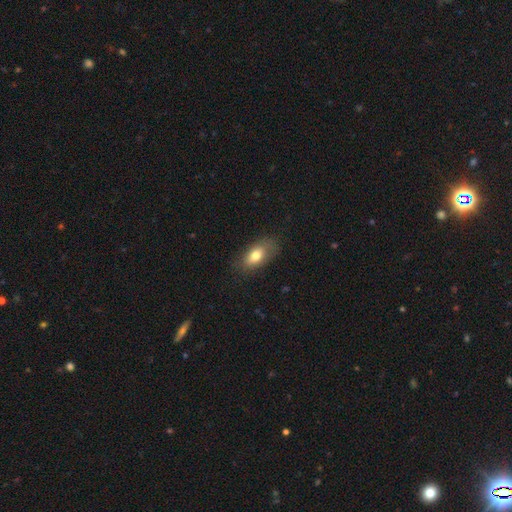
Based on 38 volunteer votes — Q: Smooth or featured?
A: smooth (68%); runner-up: featured or disk (24%)
Q: How rounded?
A: in between (88%); runner-up: round (12%)
Q: Merging?
A: none (77%); runner-up: minor disturbance (17%)